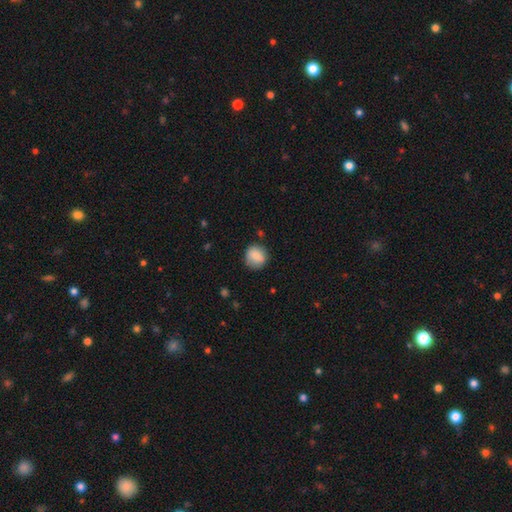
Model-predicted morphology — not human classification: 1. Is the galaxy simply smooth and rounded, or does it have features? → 83% smooth, 9% featured or disk, 8% star or artifact.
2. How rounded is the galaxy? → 84% round, 15% in between, 1% cigar-shaped.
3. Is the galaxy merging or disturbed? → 79% none, 15% minor disturbance, 4% major disturbance, 2% merger.